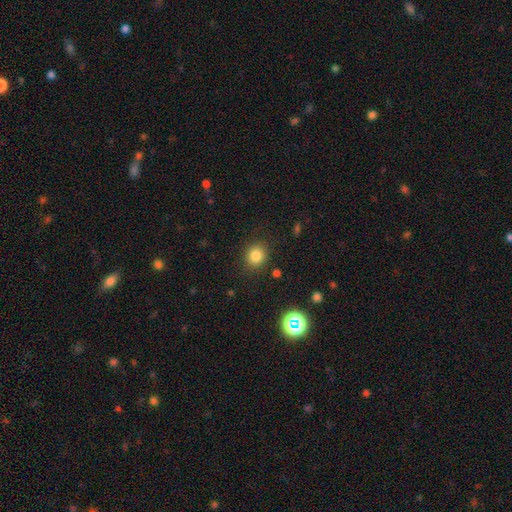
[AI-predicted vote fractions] Q: Smooth or featured?
A: smooth (82%); runner-up: star or artifact (12%)
Q: How rounded?
A: round (76%); runner-up: in between (23%)
Q: Merging?
A: none (87%); runner-up: minor disturbance (8%)